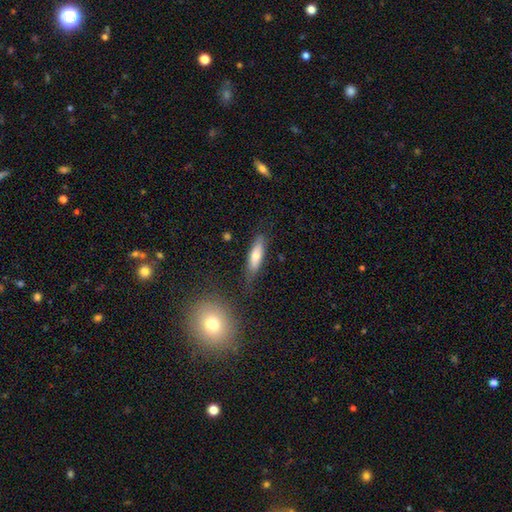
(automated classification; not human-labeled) Smooth or featured: smooth — 67% (featured or disk — 26%)
How rounded: cigar-shaped — 59% (in between — 38%)
Merging: none — 76% (minor disturbance — 16%)